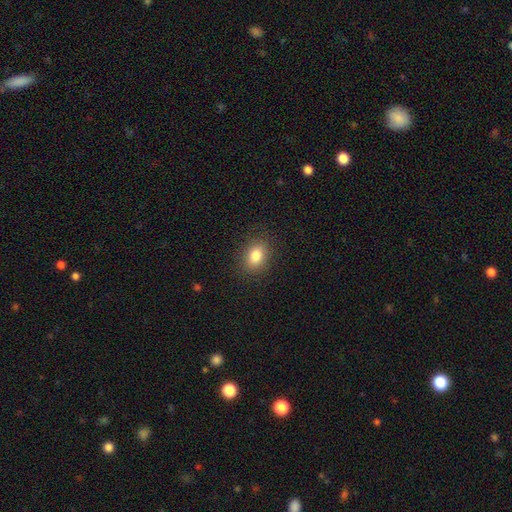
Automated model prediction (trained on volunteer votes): Overall: smooth (83%). How rounded: in between (64%; round 35%). Merging: none (87%).